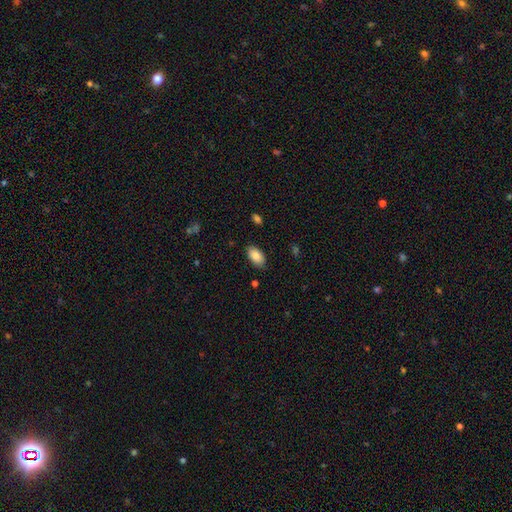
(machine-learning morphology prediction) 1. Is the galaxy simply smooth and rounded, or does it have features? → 87% smooth, 7% star or artifact, 6% featured or disk.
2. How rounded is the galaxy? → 95% in between, 3% round, 2% cigar-shaped.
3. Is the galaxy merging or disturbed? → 86% none, 10% minor disturbance, 2% major disturbance, 1% merger.